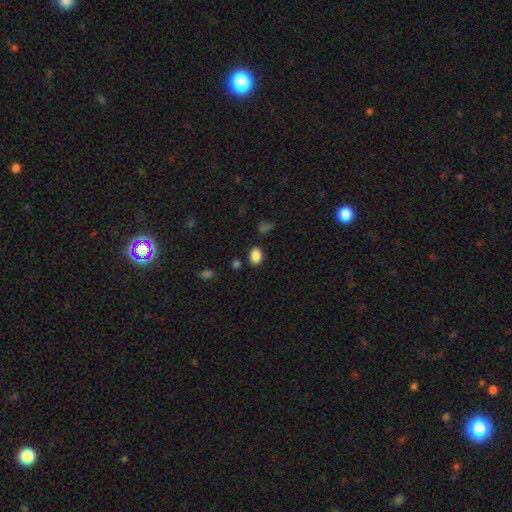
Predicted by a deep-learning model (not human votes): A smooth galaxy with no disk features (86%) that is in between round and cigar-shaped (71%). Merging: none (82%).